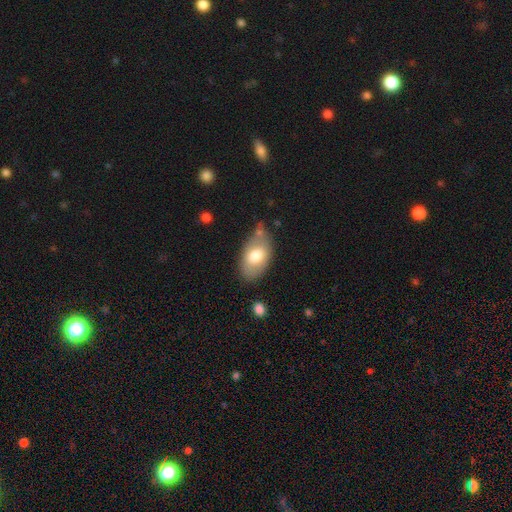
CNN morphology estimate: Smooth or featured: smooth — 73% (featured or disk — 21%)
How rounded: in between — 93% (round — 6%)
Merging: none — 64% (minor disturbance — 22%)